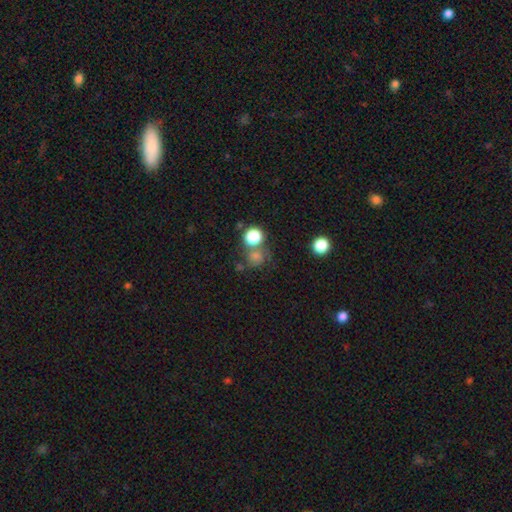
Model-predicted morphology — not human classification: This appears to be a smooth galaxy with no disk features (67%) that is round (86%). Merging: none (57%).